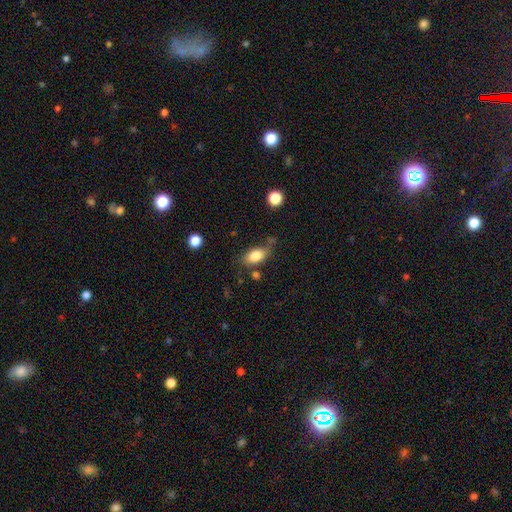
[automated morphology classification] Overall: smooth (81%). How rounded: in between (88%). Merging: none (64%).